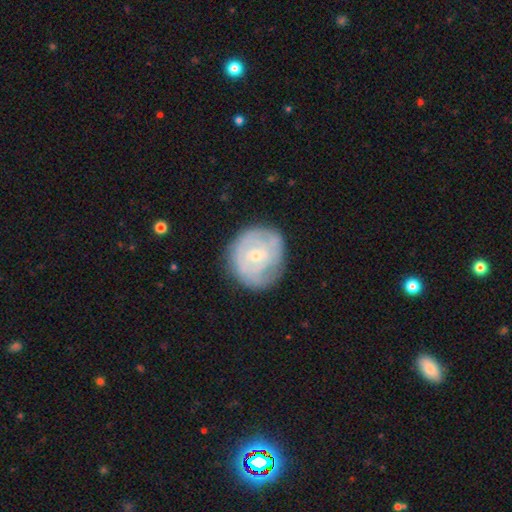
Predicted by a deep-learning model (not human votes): Q: Smooth or featured?
A: featured or disk (64%); runner-up: smooth (29%)
Q: Edge-on disk?
A: no (97%); runner-up: yes (3%)
Q: Bar?
A: no (78%); runner-up: weak (19%)
Q: Spiral arms?
A: yes (68%); runner-up: no (32%)
Q: Bulge size?
A: small (74%); runner-up: moderate (23%)
Q: Merging?
A: none (73%); runner-up: minor disturbance (19%)